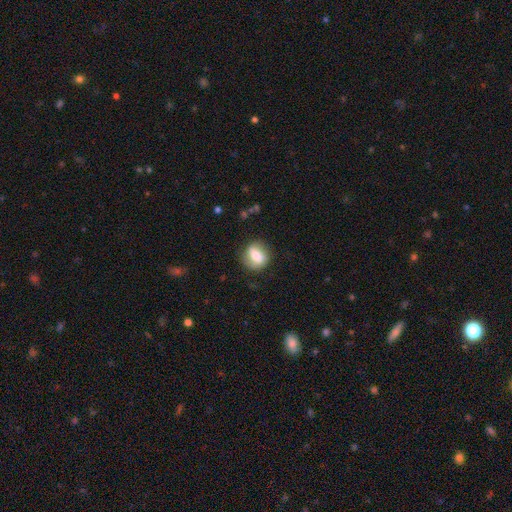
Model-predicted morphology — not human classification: A smooth galaxy with no disk features (55%) that is round (72%). Merging: none (78%).